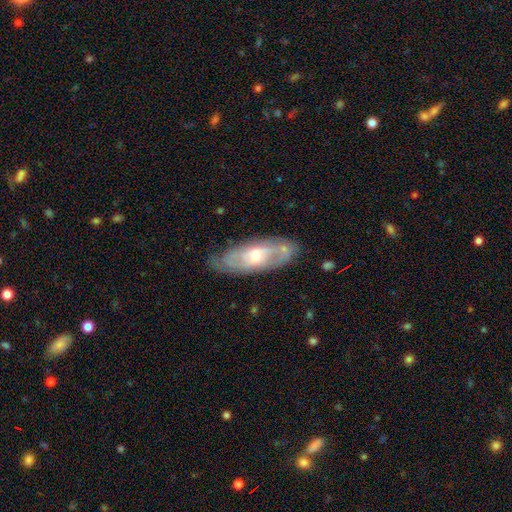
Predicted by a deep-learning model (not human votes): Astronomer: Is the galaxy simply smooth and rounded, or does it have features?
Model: featured or disk — 69%.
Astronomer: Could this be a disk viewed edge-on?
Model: no — 82%.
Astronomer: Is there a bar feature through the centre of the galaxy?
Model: no — 64%.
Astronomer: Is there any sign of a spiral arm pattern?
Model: yes — 73%.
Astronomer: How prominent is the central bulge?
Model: moderate — 64%.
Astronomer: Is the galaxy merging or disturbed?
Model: none — 74%.